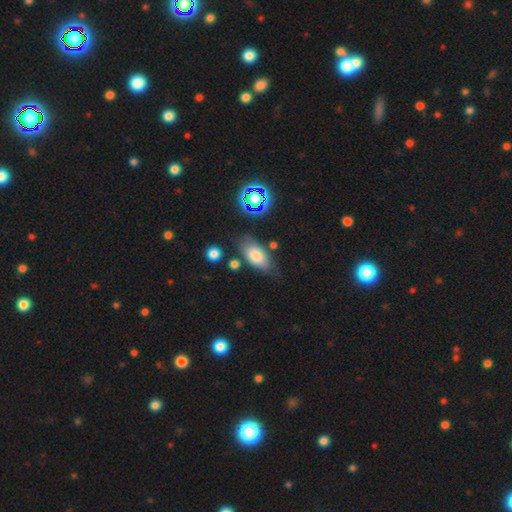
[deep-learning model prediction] Smooth or featured?
  - smooth: 75% *
  - featured or disk: 15%
  - star or artifact: 10%
How rounded?
  - in between: 88% *
  - cigar-shaped: 7%
  - round: 5%
Merging?
  - none: 69% *
  - minor disturbance: 19%
  - merger: 6%
  - major disturbance: 6%